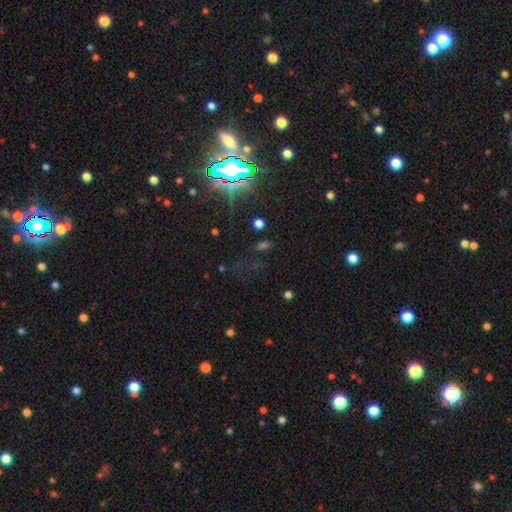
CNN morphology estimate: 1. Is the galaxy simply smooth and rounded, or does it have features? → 79% star or artifact, 12% smooth, 9% featured or disk.